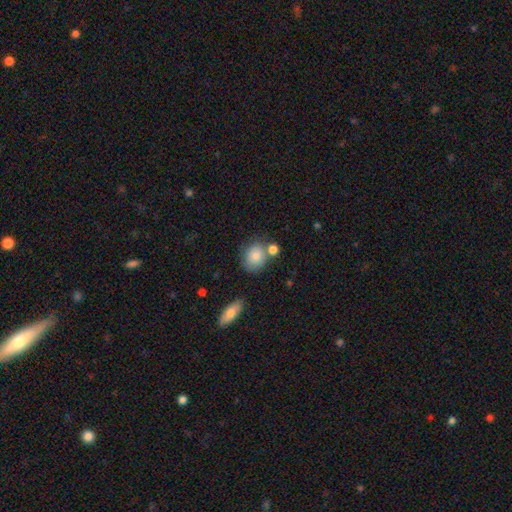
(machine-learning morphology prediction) A smooth galaxy with no disk features (83%) that is round (56%). Merging: none (60%).